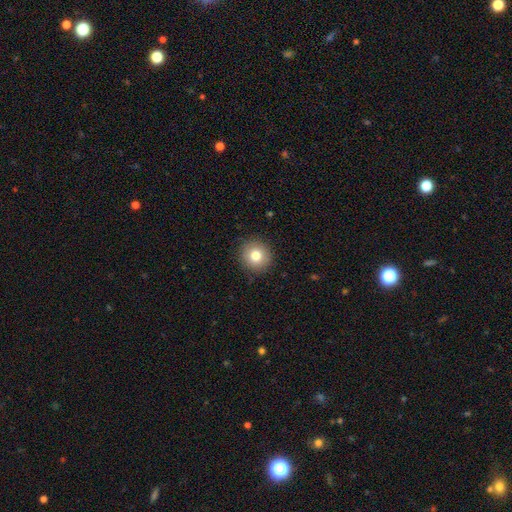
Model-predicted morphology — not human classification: Q: Smooth or featured?
A: smooth (79%); runner-up: star or artifact (11%)
Q: How rounded?
A: round (93%); runner-up: in between (6%)
Q: Merging?
A: none (91%); runner-up: minor disturbance (6%)